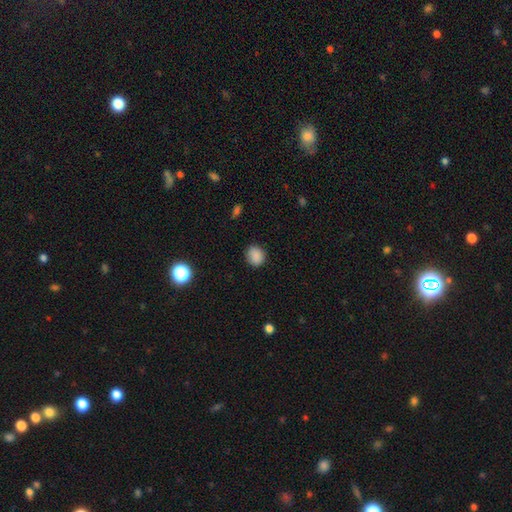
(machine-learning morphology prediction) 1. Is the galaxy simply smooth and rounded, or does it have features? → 87% smooth, 10% star or artifact, 3% featured or disk.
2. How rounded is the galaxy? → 71% round, 28% in between, 1% cigar-shaped.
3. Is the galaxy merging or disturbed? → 86% none, 10% minor disturbance, 3% major disturbance, 1% merger.